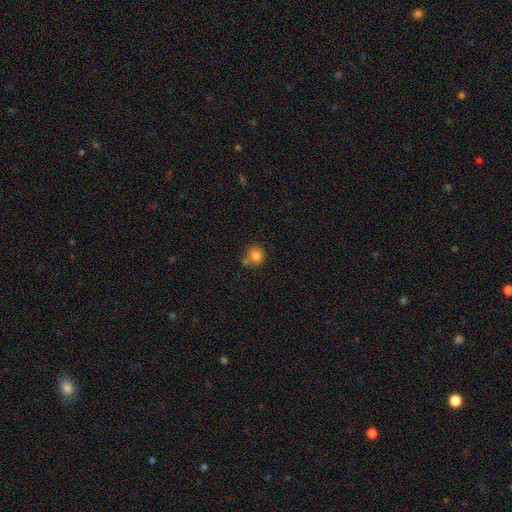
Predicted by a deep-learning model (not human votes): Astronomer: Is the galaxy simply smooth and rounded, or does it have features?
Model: smooth — 82%.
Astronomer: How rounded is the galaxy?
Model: round — 87%.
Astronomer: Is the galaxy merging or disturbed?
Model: none — 61%.